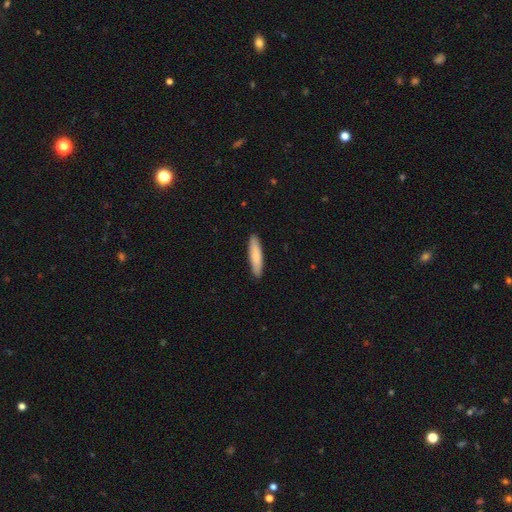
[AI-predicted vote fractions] smooth 80%, featured or disk 15%, star or artifact 5%. Down the decision tree: how rounded — cigar-shaped (77%); merging — none (91%).